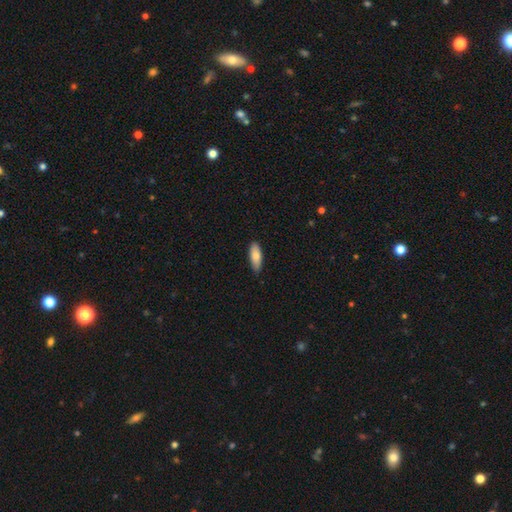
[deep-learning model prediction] This is likely a smooth galaxy (78%). How rounded: likely in between (70%). Merging: clearly none (83%).